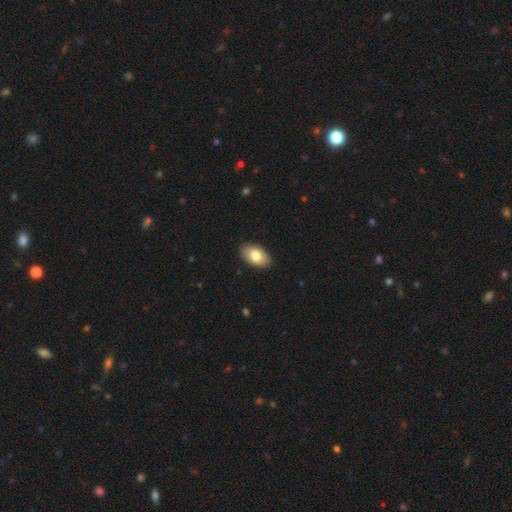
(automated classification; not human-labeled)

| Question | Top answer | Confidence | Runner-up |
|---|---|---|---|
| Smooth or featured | smooth | 80% | featured or disk (14%) |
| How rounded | in between | 94% | round (5%) |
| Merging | none | 90% | minor disturbance (8%) |